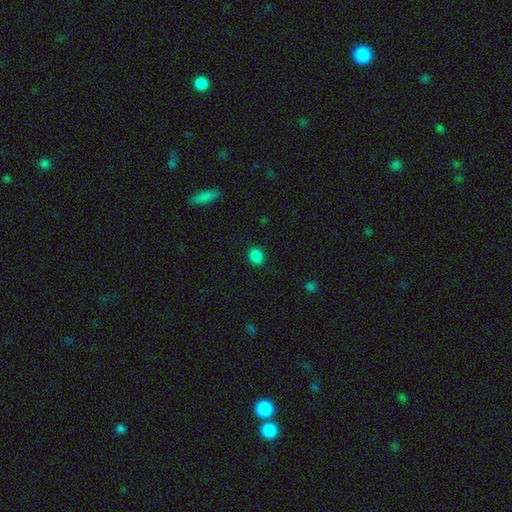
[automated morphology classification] A smooth galaxy with no disk features (84%) that is round (53%).

Vote fractions:
- Smooth or featured? smooth: 84% / star or artifact: 13% / featured or disk: 3%
- How rounded? round: 53% / in between: 46% / cigar-shaped: 1%
- Merging? none: 89% / minor disturbance: 8% / major disturbance: 2% / merger: 1%